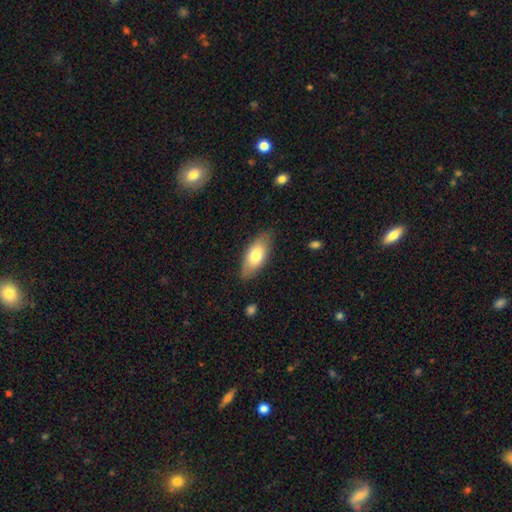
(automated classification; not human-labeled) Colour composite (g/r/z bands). It shows a smooth galaxy with no disk features (74%) that is in between round and cigar-shaped (86%). Merging: none (82%).